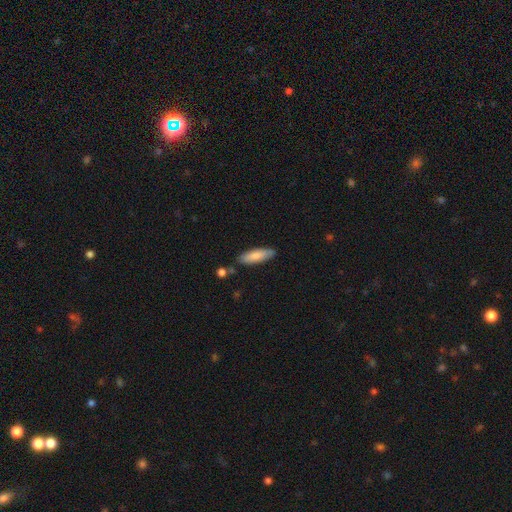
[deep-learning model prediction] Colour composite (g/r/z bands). It shows a smooth galaxy with no disk features (81%) that is cigar-shaped (54%). Merging: none (82%).